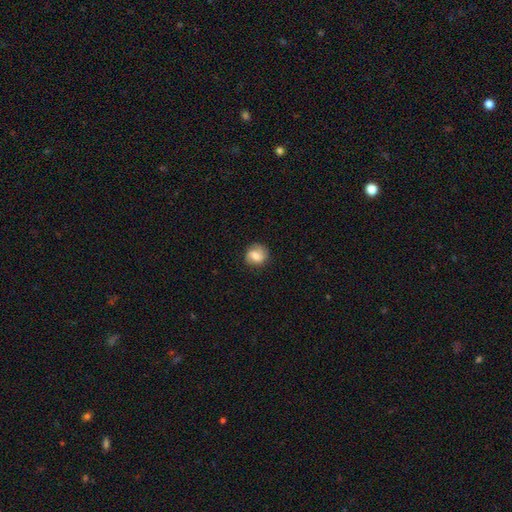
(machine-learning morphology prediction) smooth_or_featured: smooth (p=0.56) [alt: featured or disk p=0.35]
how_rounded: round (p=0.79) [alt: in between p=0.20]
merging: none (p=0.78) [alt: minor disturbance p=0.16]